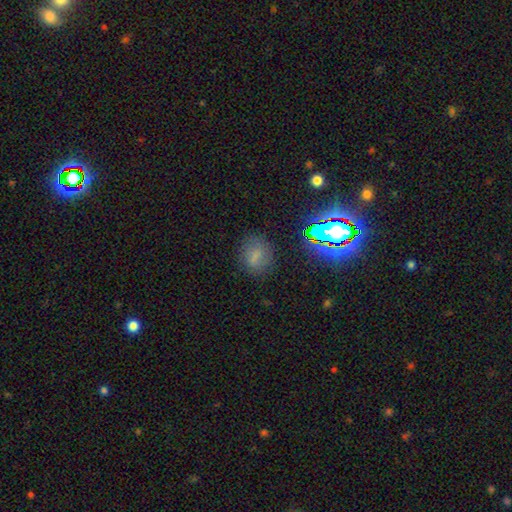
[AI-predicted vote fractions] Q: Smooth or featured?
A: smooth (64%); runner-up: star or artifact (23%)
Q: How rounded?
A: round (53%); runner-up: in between (45%)
Q: Merging?
A: none (78%); runner-up: minor disturbance (14%)